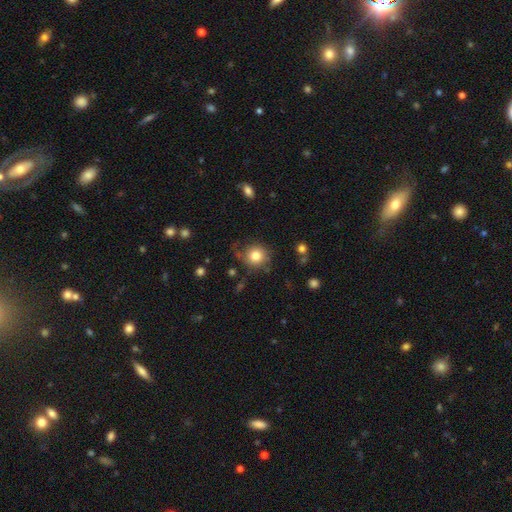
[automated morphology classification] This appears to be a smooth galaxy with no disk features (81%) that is round (91%). Merging: none (73%).